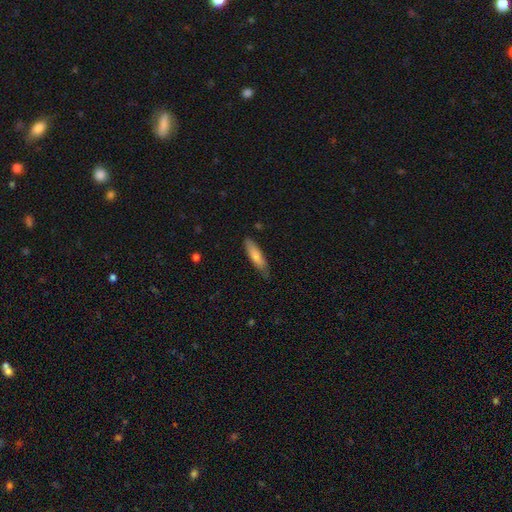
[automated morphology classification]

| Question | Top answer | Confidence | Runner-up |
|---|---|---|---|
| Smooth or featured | smooth | 78% | featured or disk (17%) |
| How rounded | cigar-shaped | 62% | in between (37%) |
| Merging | none | 75% | minor disturbance (20%) |